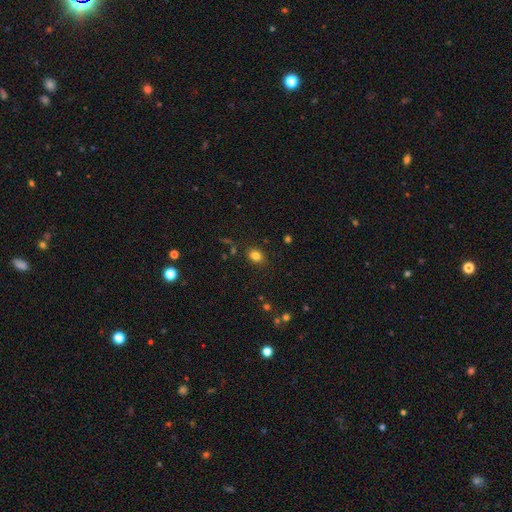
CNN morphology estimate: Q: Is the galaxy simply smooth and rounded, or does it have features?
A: smooth — 81%.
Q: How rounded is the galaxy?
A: in between — 59%.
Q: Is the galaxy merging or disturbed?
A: none — 84%.